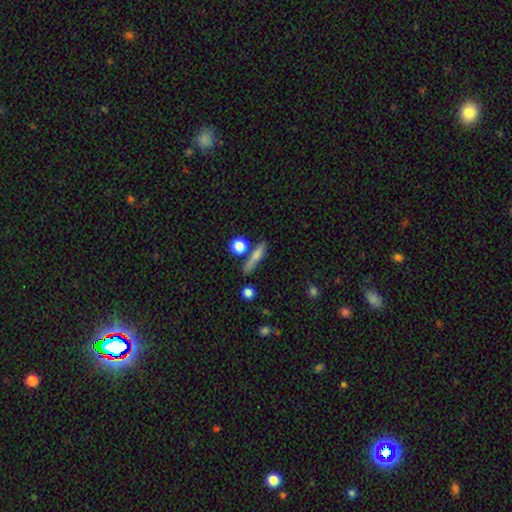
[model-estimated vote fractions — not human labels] The model was most divided on "how rounded": cigar-shaped: 69%, in between: 18%, round: 13%. More confident: smooth or featured — smooth (72%); merging — none (68%).